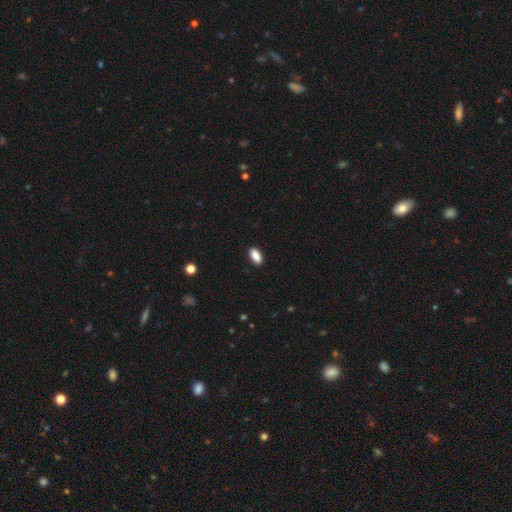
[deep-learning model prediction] This is clearly a smooth galaxy (89%). How rounded: clearly in between (88%). Merging: clearly none (90%).